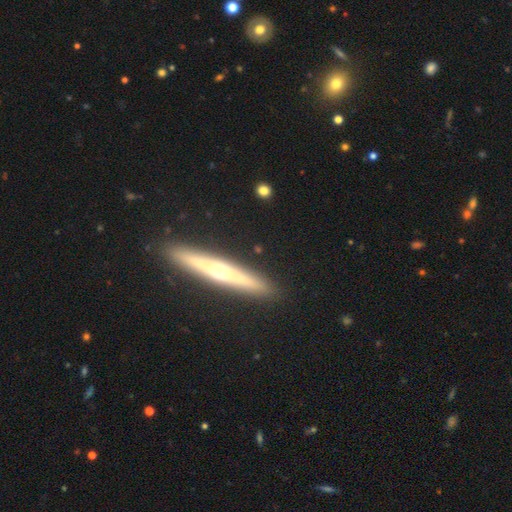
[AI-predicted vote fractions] This is likely a featured or disk galaxy (69%). It is clearly viewed edge-on (95%). Edge-on bulge: clearly rounded (84%). Merging: clearly none (91%).